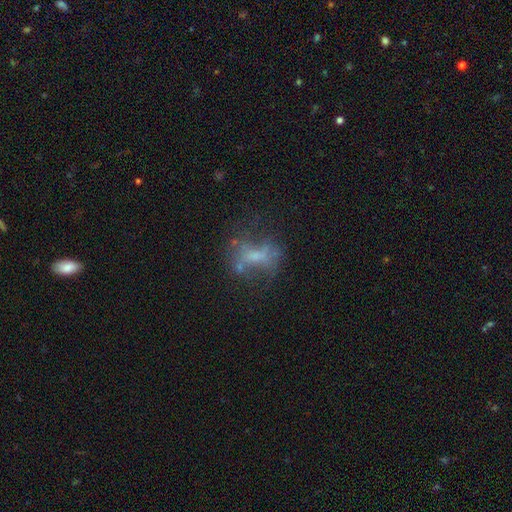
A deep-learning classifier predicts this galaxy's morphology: A featured or disk galaxy (51%). Merging: none (46%).